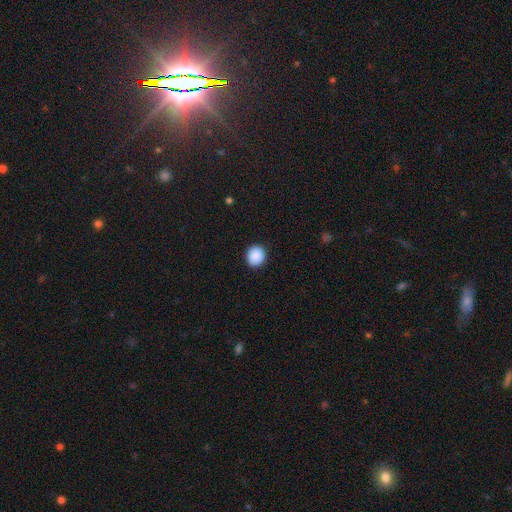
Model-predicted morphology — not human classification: Overall: smooth (90%). How rounded: round (84%). Merging: none (92%).